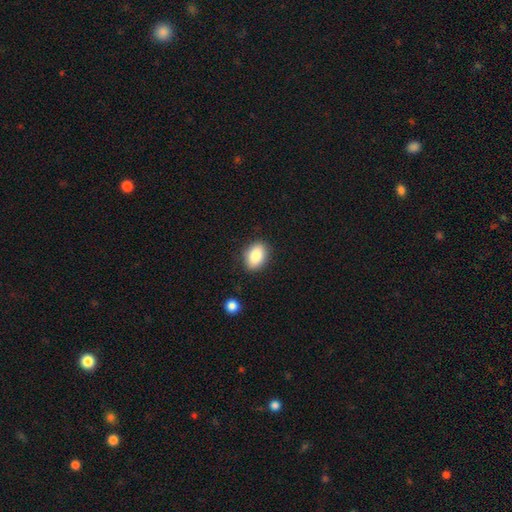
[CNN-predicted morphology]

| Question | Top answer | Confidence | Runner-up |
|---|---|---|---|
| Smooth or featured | smooth | 85% | featured or disk (8%) |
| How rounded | in between | 79% | round (19%) |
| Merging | none | 86% | minor disturbance (10%) |